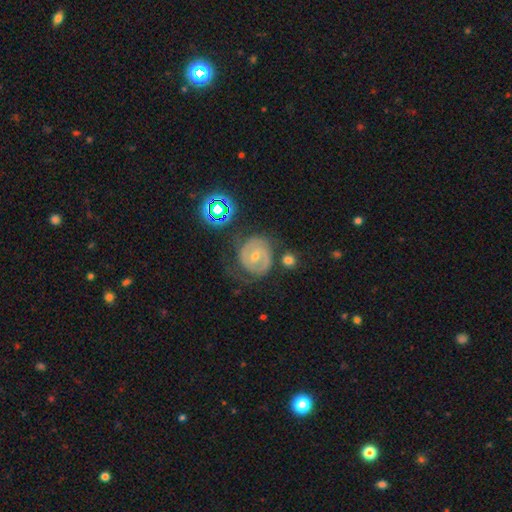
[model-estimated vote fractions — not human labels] Overall: featured or disk (73%). Edge-on disk: no (97%). Bar: no (57%; weak 32%). Spiral arms: yes (85%). Spiral arm count: 2 (55%; can't tell 24%). Spiral winding: tight (64%; medium 28%). Bulge size: small (54%; moderate 43%). Merging: none (60%; minor disturbance 22%).